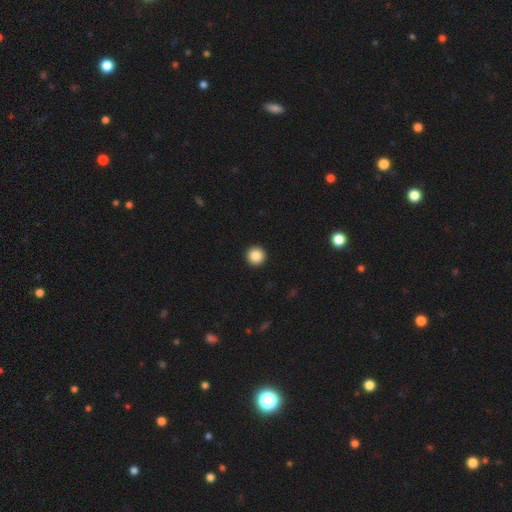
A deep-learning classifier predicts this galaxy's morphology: smooth_or_featured: smooth (p=0.87) [alt: star or artifact p=0.09]
how_rounded: round (p=0.97) [alt: in between p=0.02]
merging: none (p=0.94) [alt: minor disturbance p=0.03]